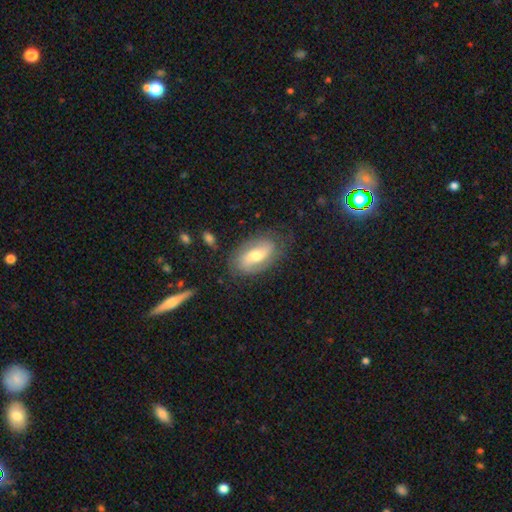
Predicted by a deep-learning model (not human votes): Overall: featured or disk (62%; smooth 32%). Edge-on disk: no (92%). Bar: no (41%; weak 39%). Spiral arms: yes (81%). Bulge size: moderate (64%; small 26%). Merging: none (74%).